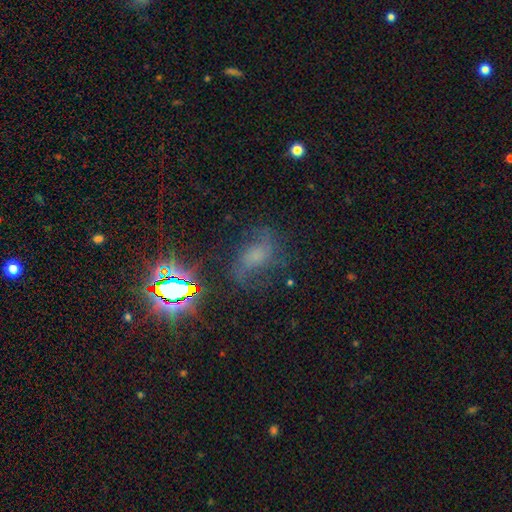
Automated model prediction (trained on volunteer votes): Smooth or featured? Predicted: featured or disk (p=0.44). Merging? Predicted: none (p=0.59).